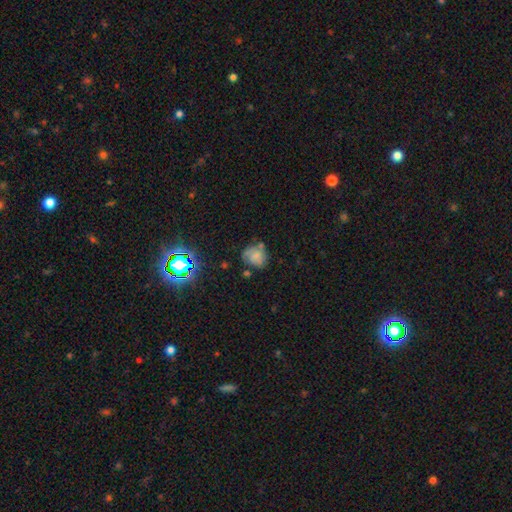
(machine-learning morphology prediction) Smooth or featured? Predicted: smooth (p=0.57). How rounded? Predicted: round (p=0.65). Merging? Predicted: none (p=0.53).